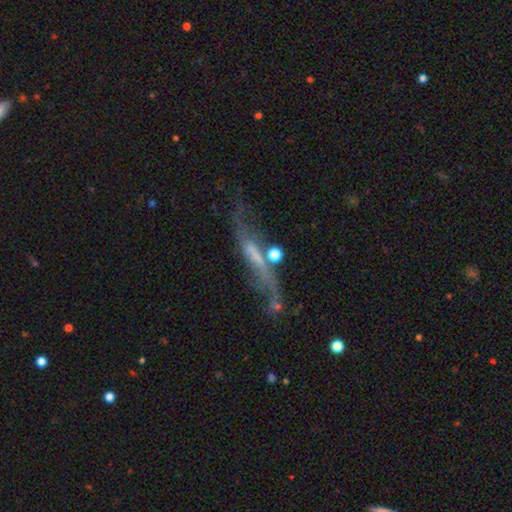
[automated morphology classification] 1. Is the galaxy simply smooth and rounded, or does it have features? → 70% featured or disk, 20% smooth, 10% star or artifact.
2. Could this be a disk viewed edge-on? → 66% no, 34% yes.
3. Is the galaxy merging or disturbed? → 45% none, 23% major disturbance, 21% minor disturbance, 11% merger.